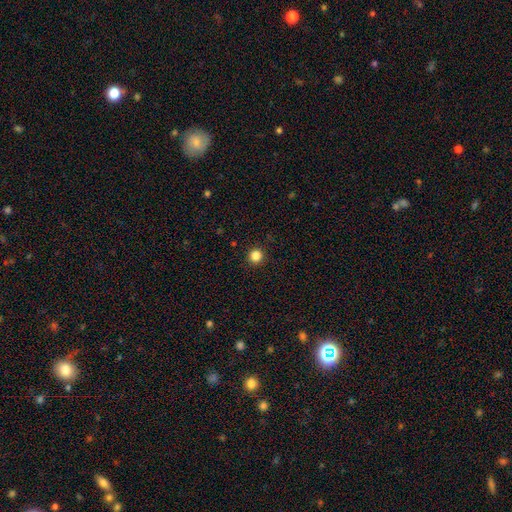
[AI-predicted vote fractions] Smooth or featured? Predicted: smooth (p=0.85). How rounded? Predicted: round (p=0.94). Merging? Predicted: none (p=0.93).